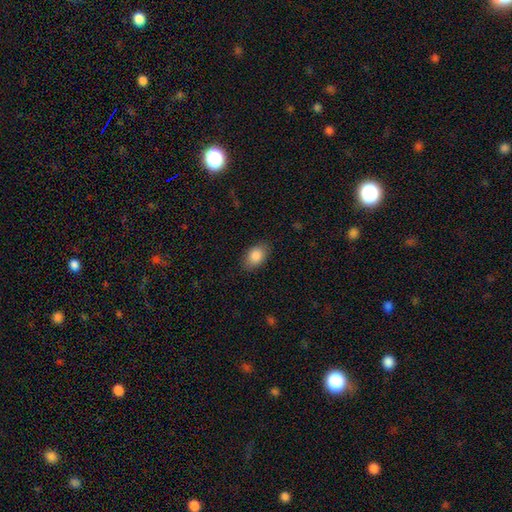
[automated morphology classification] Smooth or featured?
  - smooth: 87% *
  - star or artifact: 7%
  - featured or disk: 6%
How rounded?
  - in between: 87% *
  - round: 12%
  - cigar-shaped: 1%
Merging?
  - none: 85% *
  - minor disturbance: 11%
  - major disturbance: 3%
  - merger: 1%